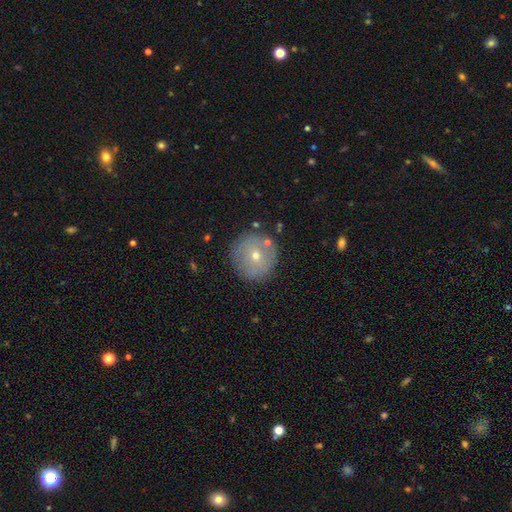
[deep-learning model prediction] Overall: smooth (60%; featured or disk 28%). How rounded: round (95%). Merging: none (84%).